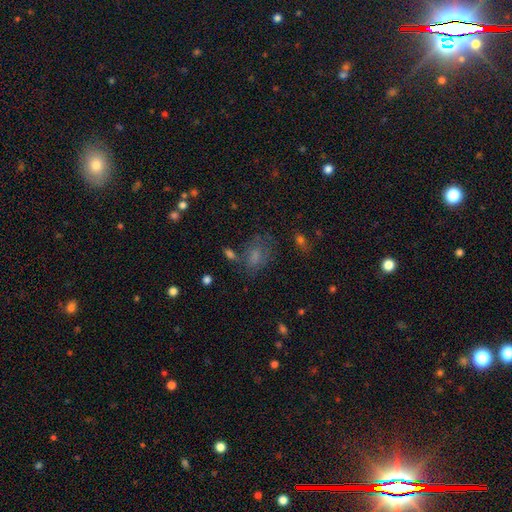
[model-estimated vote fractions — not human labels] A smooth galaxy with no disk features (60%) that is in between round and cigar-shaped (74%).

Vote fractions:
- Smooth or featured? smooth: 60% / star or artifact: 21% / featured or disk: 20%
- How rounded? in between: 74% / round: 24% / cigar-shaped: 2%
- Merging? none: 53% / minor disturbance: 22% / major disturbance: 16% / merger: 8%